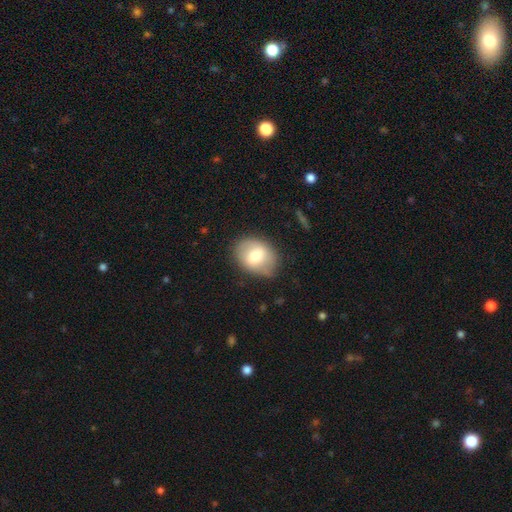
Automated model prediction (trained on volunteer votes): Overall: smooth (65%; featured or disk 28%). How rounded: in between (64%; round 35%). Merging: none (76%).